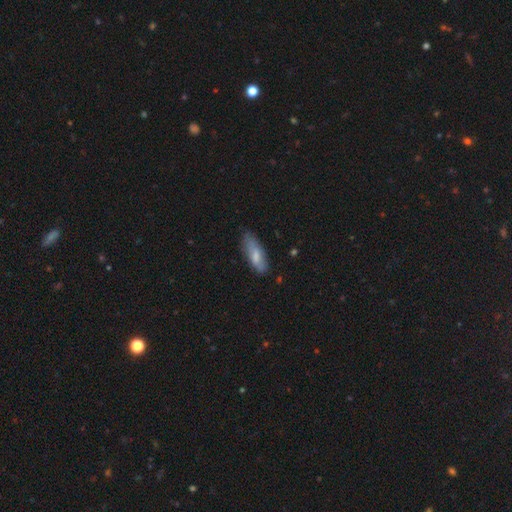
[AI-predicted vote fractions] This appears to be a smooth galaxy with no disk features (71%) that is in between round and cigar-shaped (58%). Merging: none (66%).